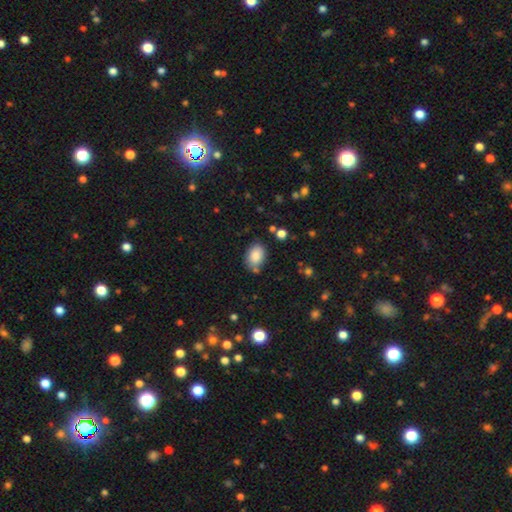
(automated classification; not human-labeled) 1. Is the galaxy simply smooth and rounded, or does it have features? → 86% smooth, 8% star or artifact, 6% featured or disk.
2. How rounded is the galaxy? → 84% in between, 15% round, 1% cigar-shaped.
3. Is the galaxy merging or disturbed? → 74% none, 16% minor disturbance, 6% merger, 4% major disturbance.